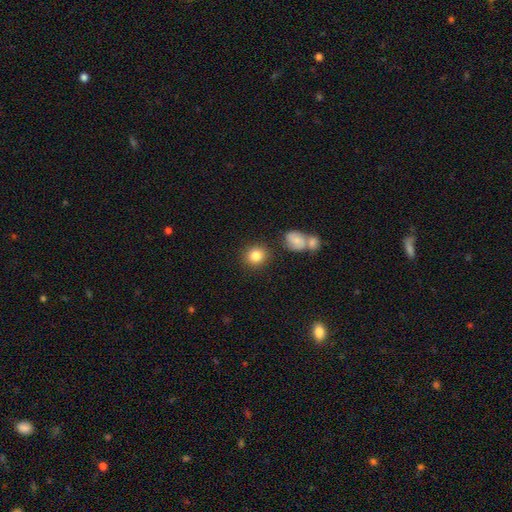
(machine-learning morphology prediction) A smooth galaxy with no disk features (84%) that is round (84%).

Vote fractions:
- Smooth or featured? smooth: 84% / star or artifact: 9% / featured or disk: 7%
- How rounded? round: 84% / in between: 15% / cigar-shaped: 1%
- Merging? none: 84% / minor disturbance: 8% / merger: 5% / major disturbance: 3%